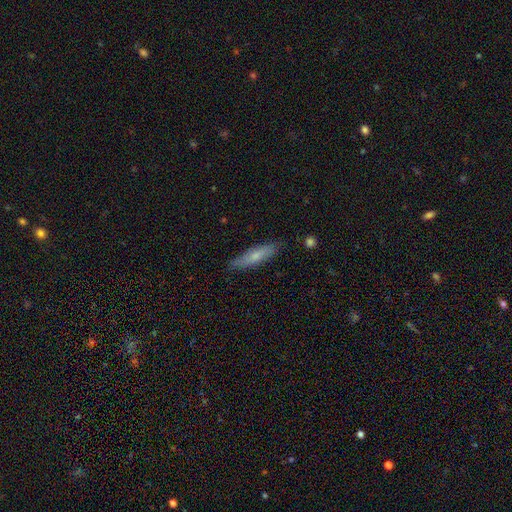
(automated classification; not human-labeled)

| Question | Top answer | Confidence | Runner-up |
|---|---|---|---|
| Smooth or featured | smooth | 64% | featured or disk (30%) |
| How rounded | cigar-shaped | 78% | in between (21%) |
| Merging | none | 84% | minor disturbance (13%) |